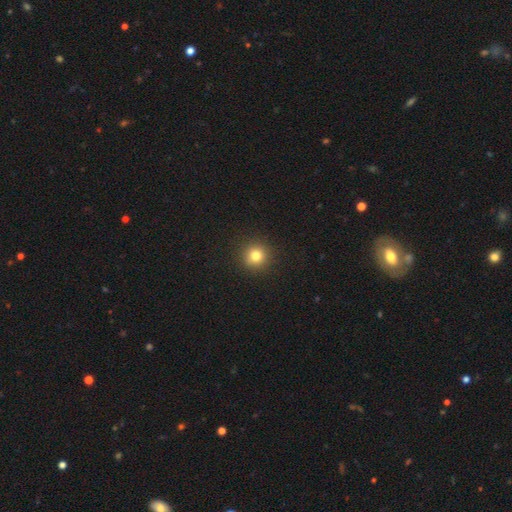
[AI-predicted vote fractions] smooth_or_featured: smooth (p=0.80) [alt: star or artifact p=0.13]
how_rounded: round (p=0.94) [alt: in between p=0.05]
merging: none (p=0.92) [alt: minor disturbance p=0.05]